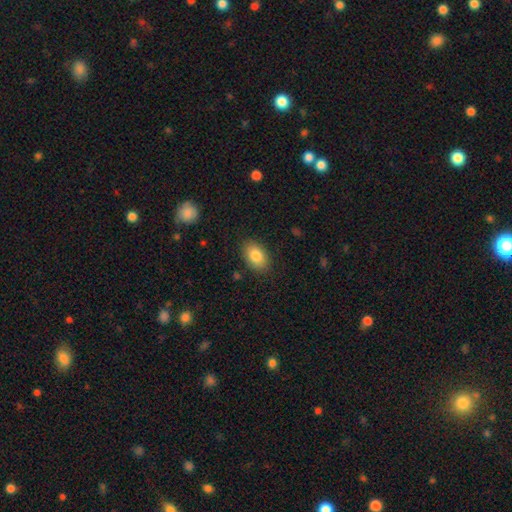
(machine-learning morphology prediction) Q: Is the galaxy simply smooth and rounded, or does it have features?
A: smooth — 84%.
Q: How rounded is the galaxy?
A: in between — 88%.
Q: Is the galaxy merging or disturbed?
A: none — 86%.